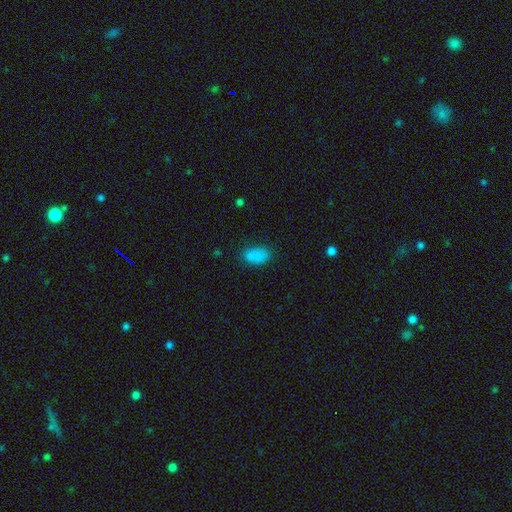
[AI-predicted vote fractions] This is clearly a smooth galaxy (82%). How rounded: clearly in between (91%). Merging: likely none (70%).